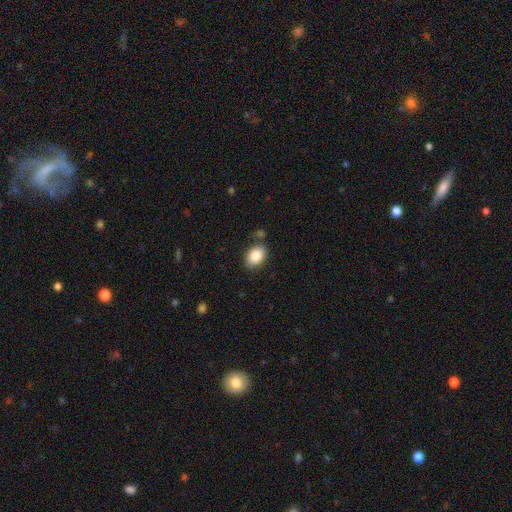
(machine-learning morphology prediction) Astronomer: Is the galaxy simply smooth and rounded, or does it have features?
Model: smooth — 87%.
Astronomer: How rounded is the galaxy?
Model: in between — 81%.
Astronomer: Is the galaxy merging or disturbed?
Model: none — 79%.